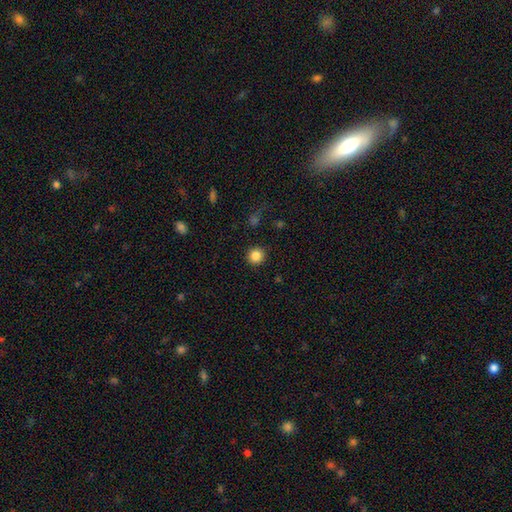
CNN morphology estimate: smooth_or_featured: smooth (p=0.85) [alt: star or artifact p=0.11]
how_rounded: round (p=0.94) [alt: in between p=0.05]
merging: none (p=0.91) [alt: minor disturbance p=0.05]